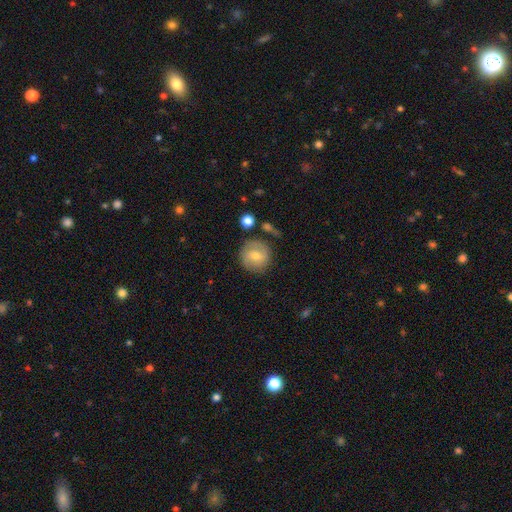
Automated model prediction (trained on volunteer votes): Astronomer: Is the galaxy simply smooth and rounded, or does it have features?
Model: smooth — 60%.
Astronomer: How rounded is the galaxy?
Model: round — 91%.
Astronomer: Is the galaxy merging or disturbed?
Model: none — 76%.